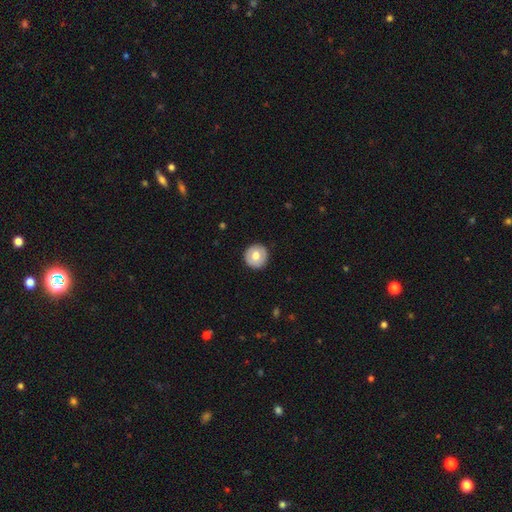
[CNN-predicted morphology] type=smooth (68%); roundness=round (95%); merging=none (91%).